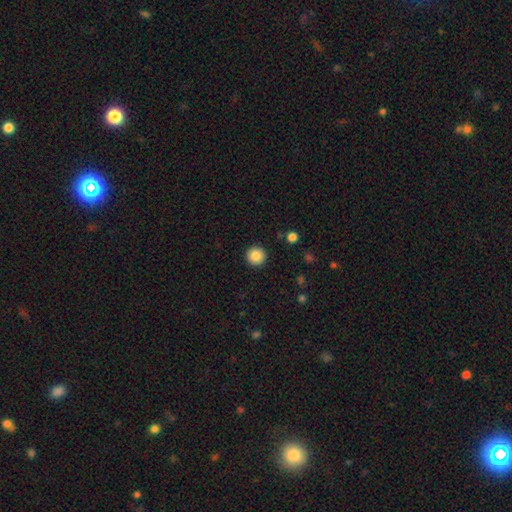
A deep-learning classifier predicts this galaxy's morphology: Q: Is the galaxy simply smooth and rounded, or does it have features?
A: smooth — 85%.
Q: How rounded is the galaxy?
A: round — 95%.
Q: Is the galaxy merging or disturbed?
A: none — 93%.